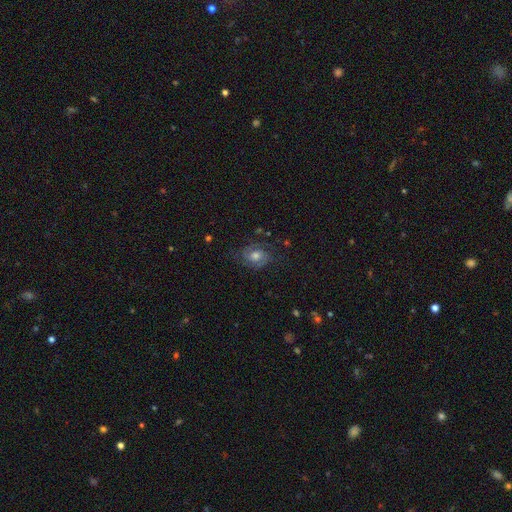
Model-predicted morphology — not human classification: Smooth or featured? Predicted: featured or disk (p=0.69). Edge-on disk? Predicted: no (p=0.97). Bar? Predicted: no (p=0.64). Spiral arms? Predicted: yes (p=0.90). Spiral winding? Predicted: tight (p=0.46). Spiral arm count? Predicted: 2 (p=0.73). Bulge size? Predicted: moderate (p=0.65). Merging? Predicted: none (p=0.73).